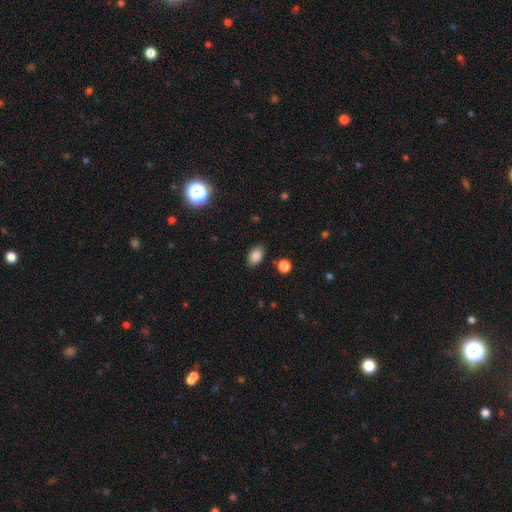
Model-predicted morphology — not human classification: A smooth galaxy with no disk features (85%) that is in between round and cigar-shaped (86%).

Vote fractions:
- Smooth or featured? smooth: 85% / star or artifact: 10% / featured or disk: 5%
- How rounded? in between: 86% / round: 12% / cigar-shaped: 2%
- Merging? none: 85% / minor disturbance: 10% / major disturbance: 3% / merger: 2%